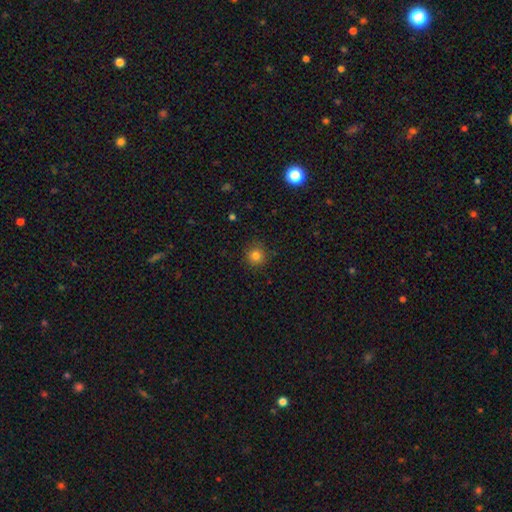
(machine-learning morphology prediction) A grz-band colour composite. It shows a smooth galaxy with no disk features (81%) that is round (94%). Merging: none (88%).